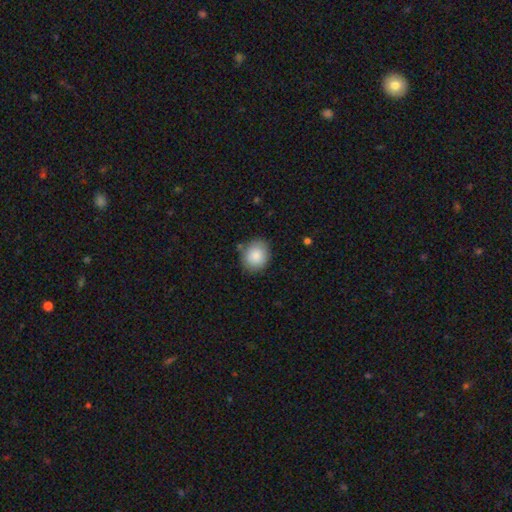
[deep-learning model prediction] A smooth galaxy with no disk features (85%) that is round (67%).

Vote fractions:
- Smooth or featured? smooth: 85% / star or artifact: 8% / featured or disk: 7%
- How rounded? round: 67% / in between: 32% / cigar-shaped: 1%
- Merging? none: 82% / minor disturbance: 13% / major disturbance: 3% / merger: 3%